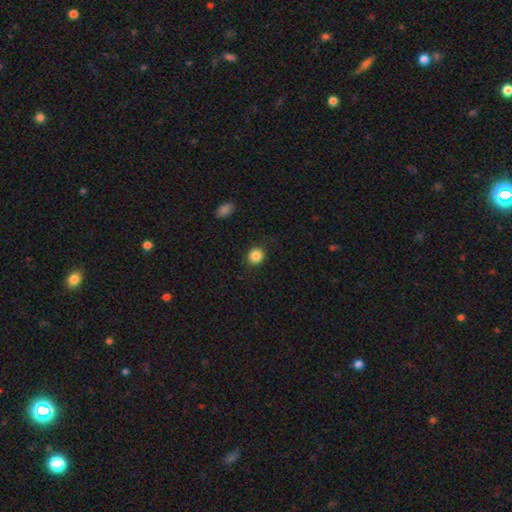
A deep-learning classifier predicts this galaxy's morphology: A smooth galaxy with no disk features (86%) that is round (84%).

Vote fractions:
- Smooth or featured? smooth: 86% / star or artifact: 10% / featured or disk: 4%
- How rounded? round: 84% / in between: 15% / cigar-shaped: 1%
- Merging? none: 89% / minor disturbance: 8% / major disturbance: 3% / merger: 1%